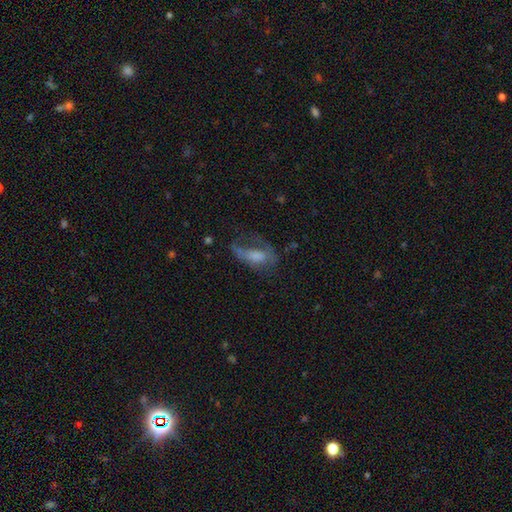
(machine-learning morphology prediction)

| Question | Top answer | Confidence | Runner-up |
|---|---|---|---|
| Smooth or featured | featured or disk | 47% | smooth (38%) |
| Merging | major disturbance | 41% | none (35%) |